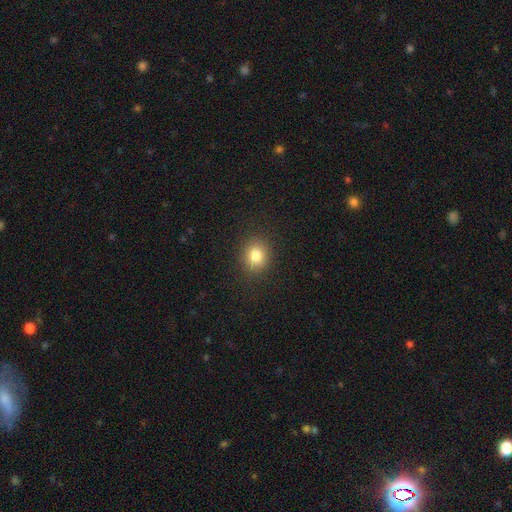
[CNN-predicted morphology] This appears to be a smooth galaxy with no disk features (82%) that is round (69%). Merging: none (88%).